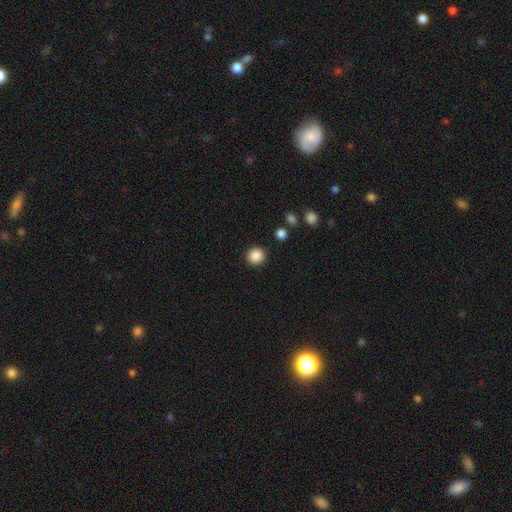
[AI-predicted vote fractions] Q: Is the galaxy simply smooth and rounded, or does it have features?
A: smooth — 88%.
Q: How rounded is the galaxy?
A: round — 93%.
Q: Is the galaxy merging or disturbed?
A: none — 91%.